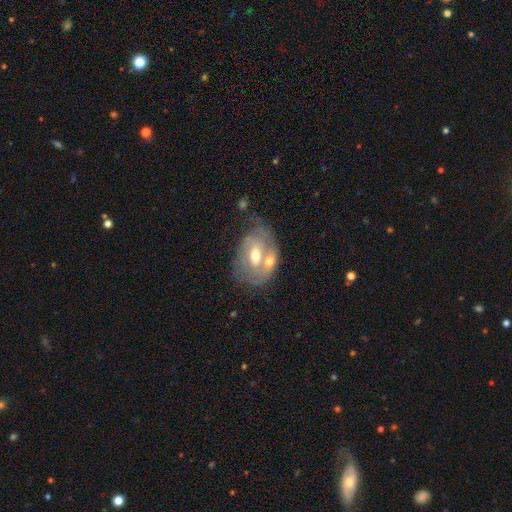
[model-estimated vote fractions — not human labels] smooth_or_featured: featured or disk (p=0.68) [alt: smooth p=0.26]
disk_edge_on: no (p=0.94) [alt: yes p=0.06]
bar: weak (p=0.42) [alt: no p=0.40]
has_spiral_arms: yes (p=0.60) [alt: no p=0.40]
bulge_size: moderate (p=0.69) [alt: small p=0.24]
merging: none (p=0.37) [alt: merger p=0.36]